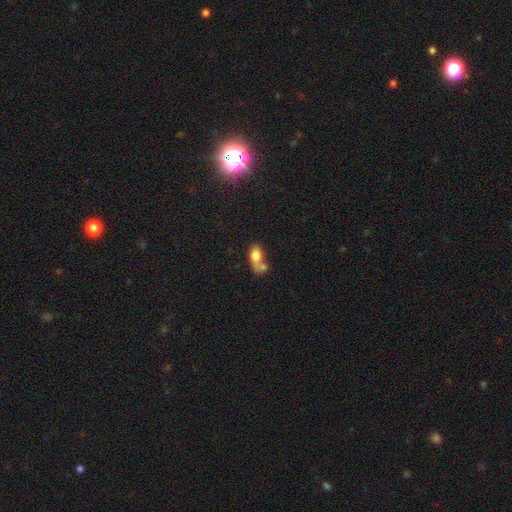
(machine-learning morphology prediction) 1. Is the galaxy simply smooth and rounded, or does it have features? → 75% smooth, 16% featured or disk, 9% star or artifact.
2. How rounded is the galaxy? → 81% in between, 14% round, 5% cigar-shaped.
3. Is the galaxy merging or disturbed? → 56% merger, 20% none, 12% minor disturbance, 12% major disturbance.